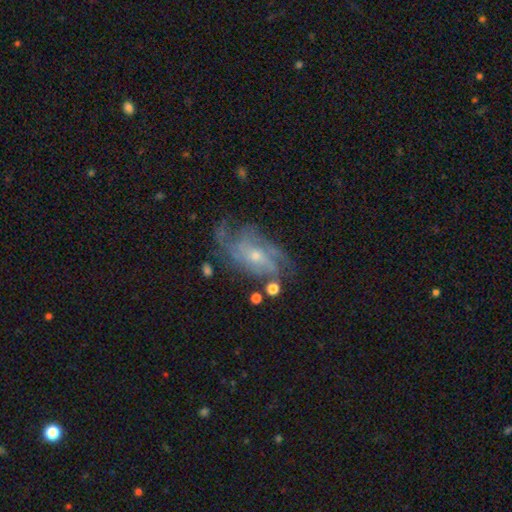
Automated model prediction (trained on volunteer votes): A featured or disk galaxy (83%) with no bar (65%), medium (42%) spiral arms (93%) and a small central bulge (67%). Merging: none (61%).